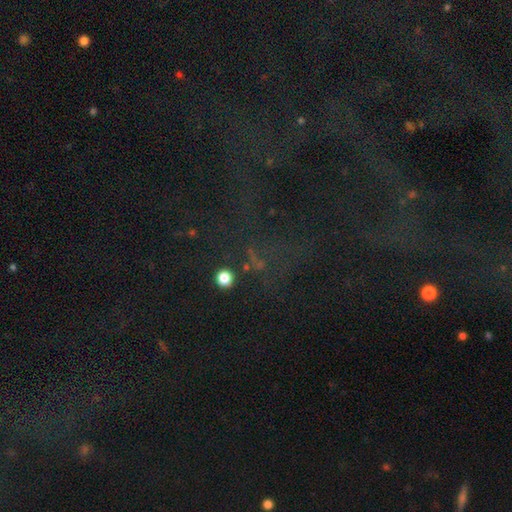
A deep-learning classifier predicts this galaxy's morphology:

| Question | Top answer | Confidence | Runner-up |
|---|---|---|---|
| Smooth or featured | star or artifact | 72% | smooth (16%) |